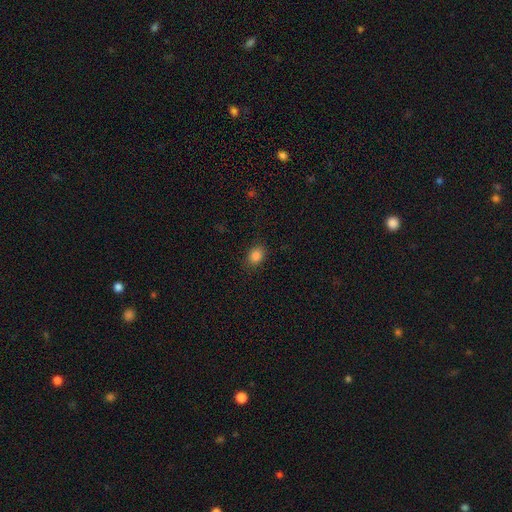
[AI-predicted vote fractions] smooth-or-featured: smooth: 84% | star or artifact: 11% | featured or disk: 4%
  how-rounded: in between: 57% | round: 42% | cigar-shaped: 1%
  merging: none: 86% | minor disturbance: 10% | major disturbance: 3% | merger: 1%